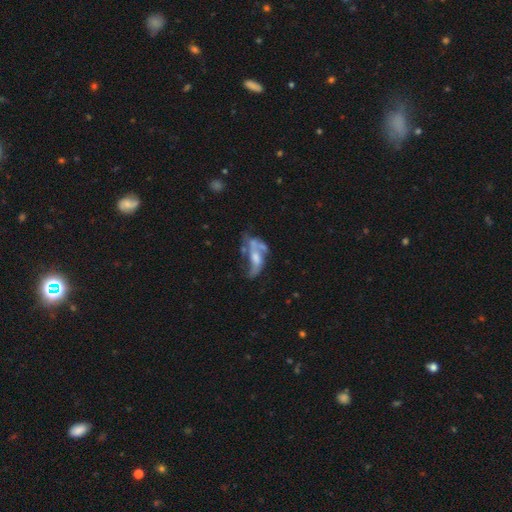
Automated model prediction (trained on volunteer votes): The model was most divided on "merging": major disturbance: 33%, merger: 28%, none: 24%, minor disturbance: 14%. Remaining: edge-on disk — no (94%); bar — no (69%); smooth or featured — featured or disk (64%); spiral arms — no (56%); bulge size — moderate (37%).